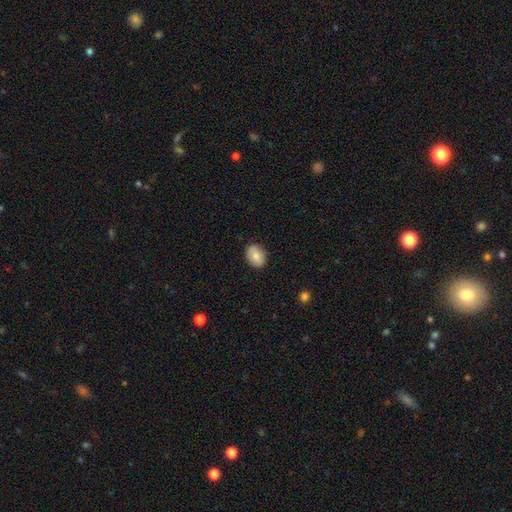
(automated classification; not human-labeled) Overall: smooth (78%). How rounded: in between (67%; round 32%). Merging: none (87%).